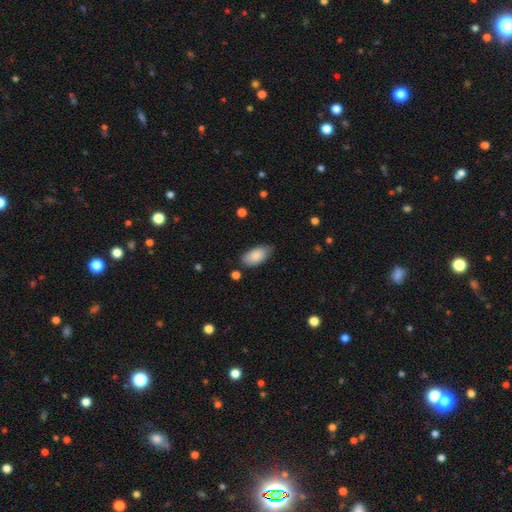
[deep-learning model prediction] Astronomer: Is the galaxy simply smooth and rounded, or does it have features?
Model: smooth — 86%.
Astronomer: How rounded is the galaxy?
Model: in between — 94%.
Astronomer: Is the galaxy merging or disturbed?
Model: none — 70%.